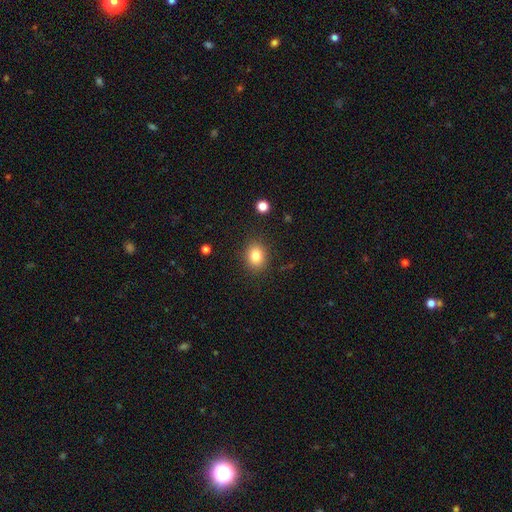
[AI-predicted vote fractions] Overall: smooth (82%). How rounded: round (56%; in between 44%). Merging: none (87%).